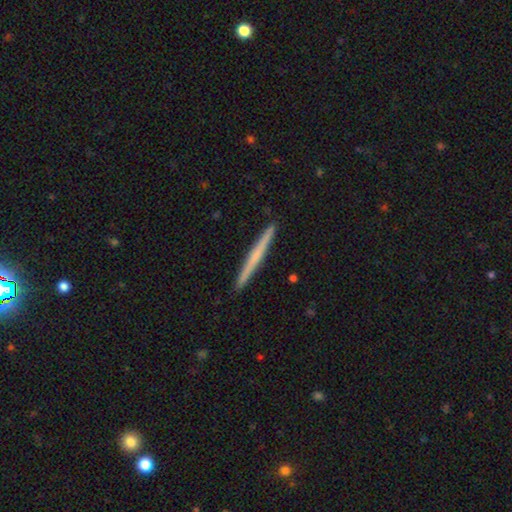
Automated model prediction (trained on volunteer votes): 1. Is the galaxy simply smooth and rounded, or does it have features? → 50% featured or disk, 45% smooth, 6% star or artifact.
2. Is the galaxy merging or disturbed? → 93% none, 5% minor disturbance, 1% major disturbance, 1% merger.